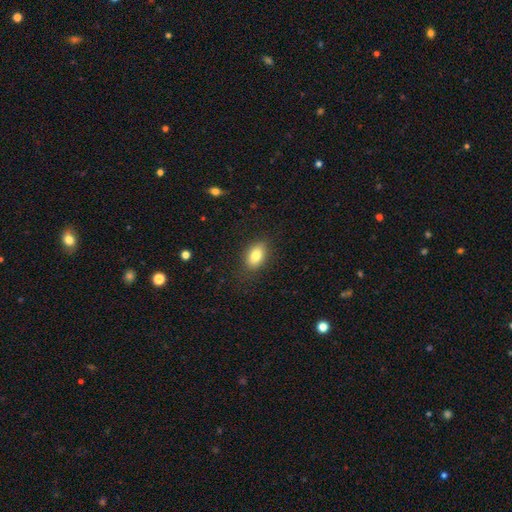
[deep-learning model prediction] Overall: smooth (81%). How rounded: in between (87%). Merging: none (85%).